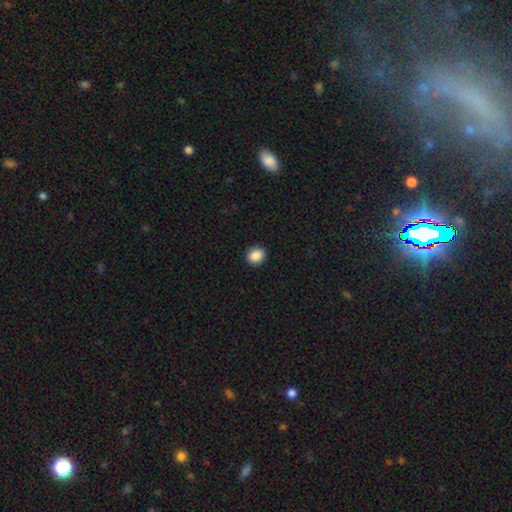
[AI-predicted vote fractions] A smooth galaxy with no disk features (88%) that is round (77%).

Vote fractions:
- Smooth or featured? smooth: 88% / star or artifact: 9% / featured or disk: 3%
- How rounded? round: 77% / in between: 22% / cigar-shaped: 1%
- Merging? none: 92% / minor disturbance: 6% / major disturbance: 2% / merger: 1%